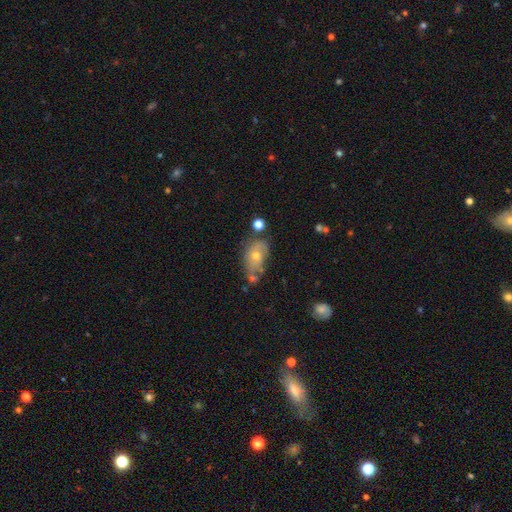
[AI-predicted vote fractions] Morphology: type=smooth (47%); merging=none (49%).